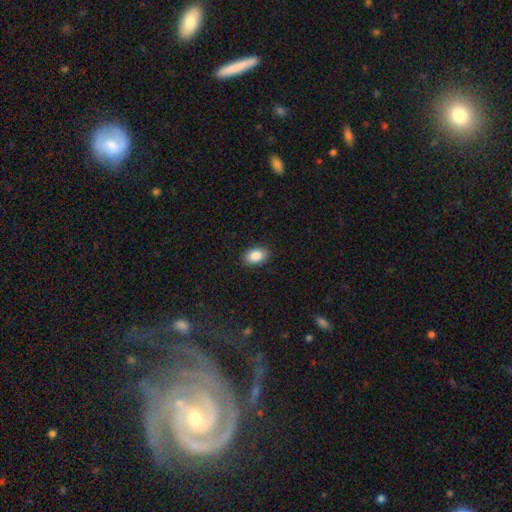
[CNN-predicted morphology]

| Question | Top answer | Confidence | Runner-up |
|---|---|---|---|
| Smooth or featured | smooth | 88% | star or artifact (7%) |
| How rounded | in between | 88% | round (10%) |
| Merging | none | 89% | minor disturbance (8%) |